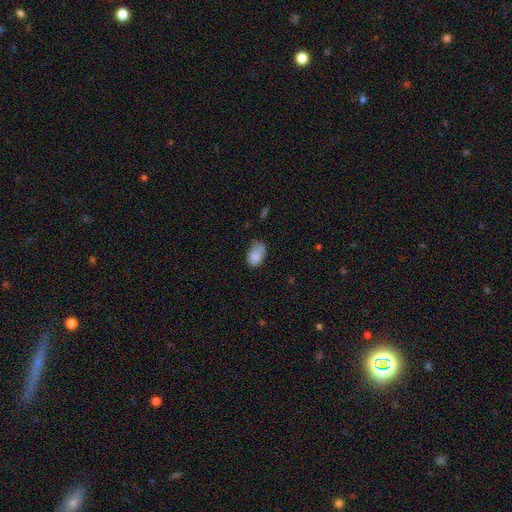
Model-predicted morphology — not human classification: smooth-or-featured: smooth: 82% | featured or disk: 10% | star or artifact: 9%
  how-rounded: in between: 84% | round: 14% | cigar-shaped: 1%
  merging: none: 40% | minor disturbance: 38% | major disturbance: 16% | merger: 6%